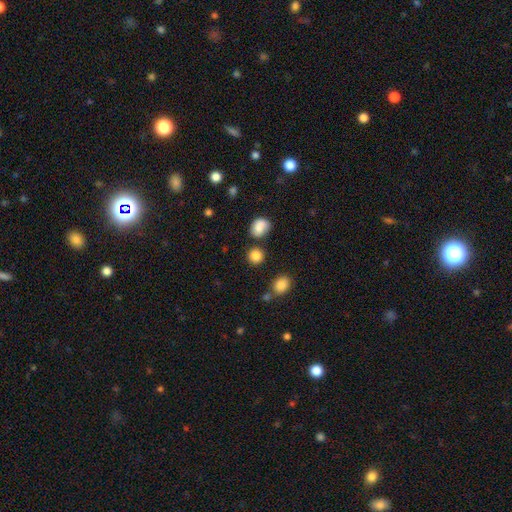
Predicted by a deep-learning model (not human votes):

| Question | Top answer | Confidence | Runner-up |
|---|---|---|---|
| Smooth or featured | smooth | 84% | star or artifact (11%) |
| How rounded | round | 86% | in between (13%) |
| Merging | none | 79% | minor disturbance (10%) |